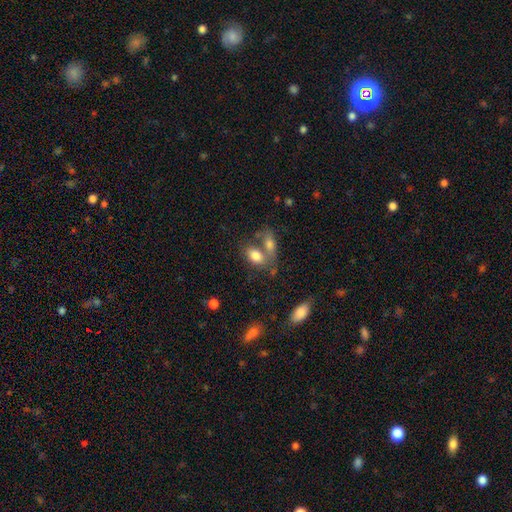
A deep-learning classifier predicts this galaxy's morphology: smooth 79%, featured or disk 13%, star or artifact 8%. Down the decision tree: how rounded — in between (87%); merging — merger (47%).